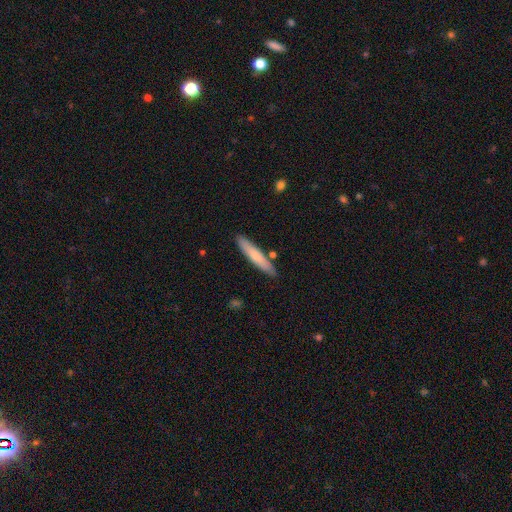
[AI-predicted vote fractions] This is likely a smooth galaxy (65%). How rounded: clearly cigar-shaped (90%). Merging: clearly none (85%).